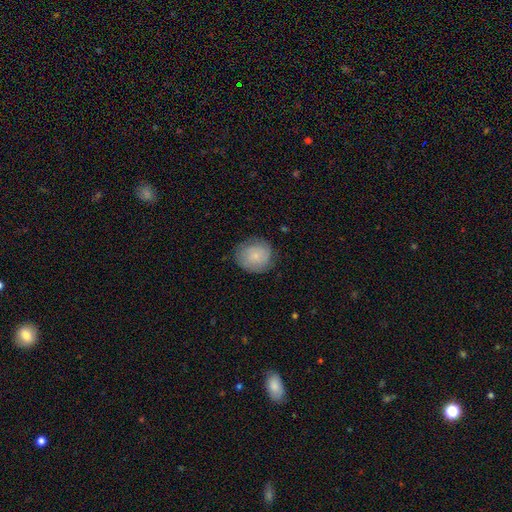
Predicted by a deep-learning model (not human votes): This is likely a smooth galaxy (74%). How rounded: clearly round (84%). Merging: likely none (76%).